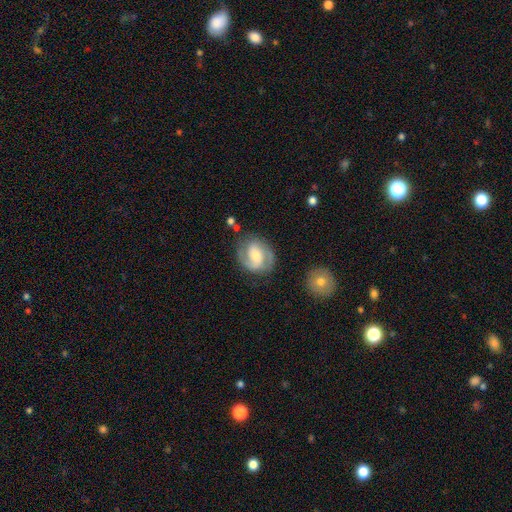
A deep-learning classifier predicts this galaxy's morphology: A featured or disk galaxy (79%) with a weak bar (44%), 2 (85%) medium (50%) spiral arms (95%) and a moderate central bulge (47%).

Vote fractions:
- Smooth or featured? featured or disk: 79% / smooth: 15% / star or artifact: 6%
- Edge-on disk? no: 98% / yes: 2%
- Bar? weak: 44% / no: 37% / strong: 19%
- Spiral arms? yes: 95% / no: 5%
- Spiral winding? medium: 50% / tight: 34% / loose: 16%
- Spiral arm count? 2: 85% / can't tell: 6% / 1: 4% / 3: 3% / 4: 1% / more than 4: 1%
- Bulge size? moderate: 47% / small: 39% / large: 8% / none: 4% / dominant: 2%
- Merging? none: 74% / minor disturbance: 16% / major disturbance: 7% / merger: 3%